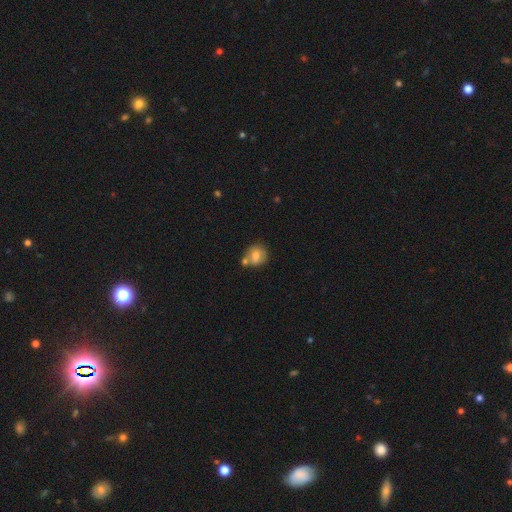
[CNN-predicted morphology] A smooth galaxy with no disk features (72%) that is round (79%).

Vote fractions:
- Smooth or featured? smooth: 72% / featured or disk: 19% / star or artifact: 9%
- How rounded? round: 79% / in between: 20% / cigar-shaped: 1%
- Merging? none: 51% / merger: 30% / minor disturbance: 15% / major disturbance: 4%